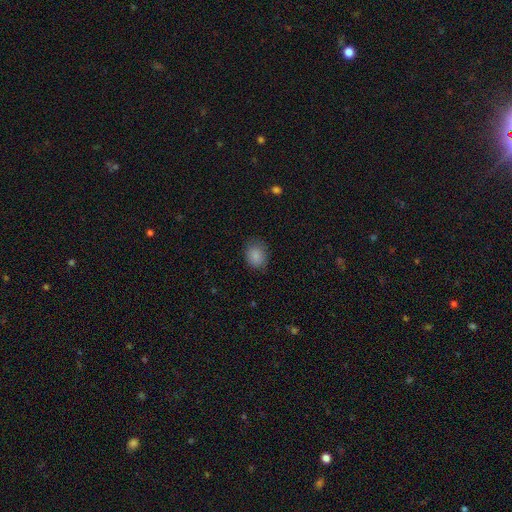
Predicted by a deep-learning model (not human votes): Morphology: type=smooth (86%); roundness=round (54%); merging=none (77%).